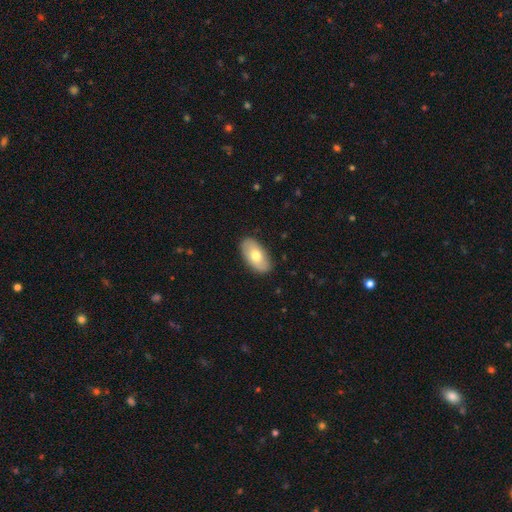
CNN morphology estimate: The model was most divided on "smooth or featured": smooth: 67%, featured or disk: 27%, star or artifact: 6%. More confident: how rounded — in between (94%); merging — none (86%).